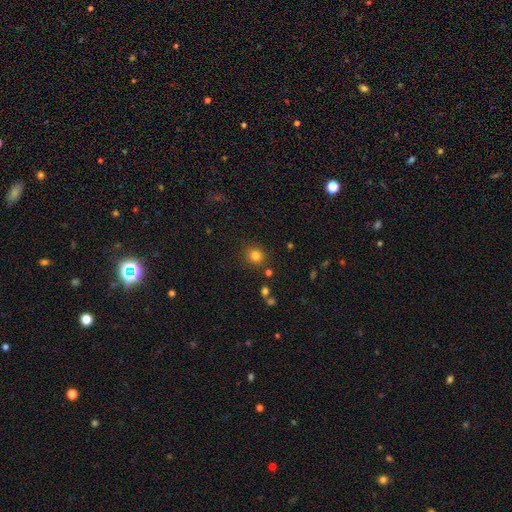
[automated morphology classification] Smooth or featured? Predicted: smooth (p=0.80). How rounded? Predicted: round (p=0.88). Merging? Predicted: none (p=0.87).